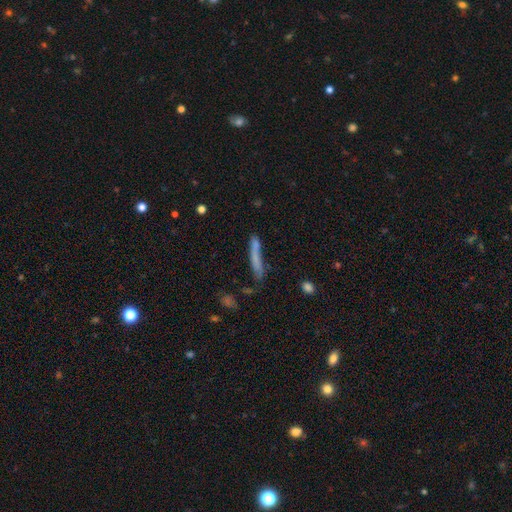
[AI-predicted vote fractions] Smooth or featured?
  - smooth: 64% *
  - featured or disk: 26%
  - star or artifact: 10%
How rounded?
  - cigar-shaped: 93% *
  - in between: 5%
  - round: 2%
Merging?
  - none: 62% *
  - minor disturbance: 20%
  - merger: 10%
  - major disturbance: 8%